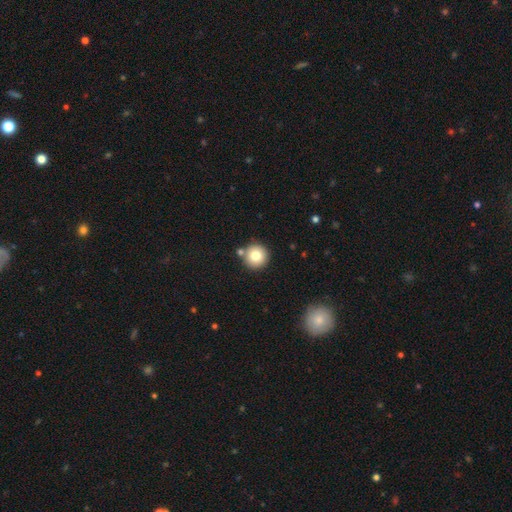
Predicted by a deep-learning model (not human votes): Smooth or featured?
  - smooth: 79% *
  - featured or disk: 11%
  - star or artifact: 10%
How rounded?
  - round: 96% *
  - in between: 4%
  - cigar-shaped: 1%
Merging?
  - none: 78% *
  - merger: 12%
  - minor disturbance: 8%
  - major disturbance: 2%